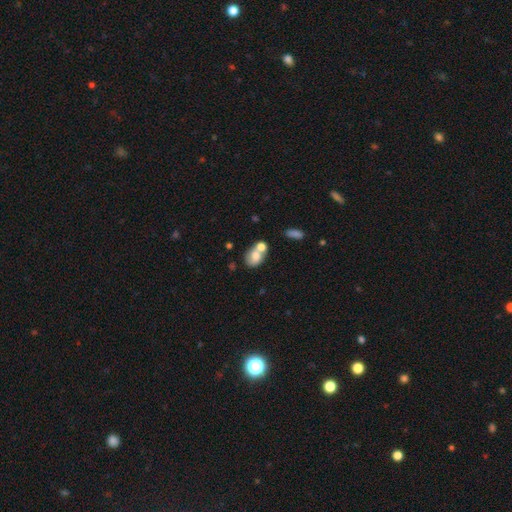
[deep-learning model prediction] Morphology: type=smooth (68%); roundness=in between (70%); merging=merger (52%).